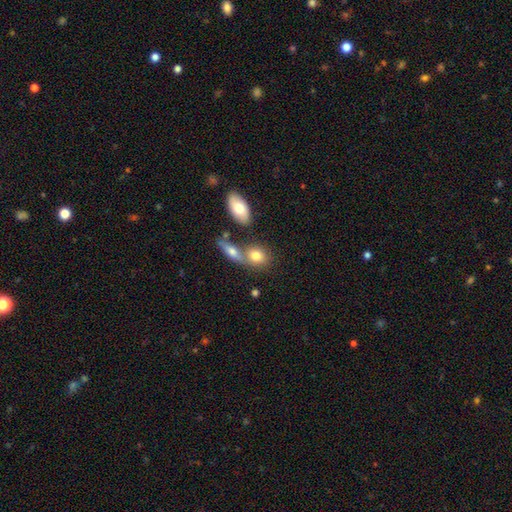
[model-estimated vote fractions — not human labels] Q: Smooth or featured?
A: smooth (77%); runner-up: featured or disk (14%)
Q: How rounded?
A: in between (60%); runner-up: round (36%)
Q: Merging?
A: none (50%); runner-up: merger (35%)